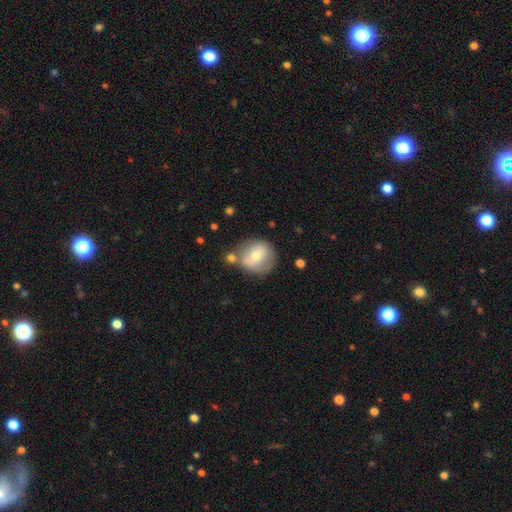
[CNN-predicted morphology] Smooth or featured? smooth (61%)
How rounded? round (84%)
Merging? none (61%)